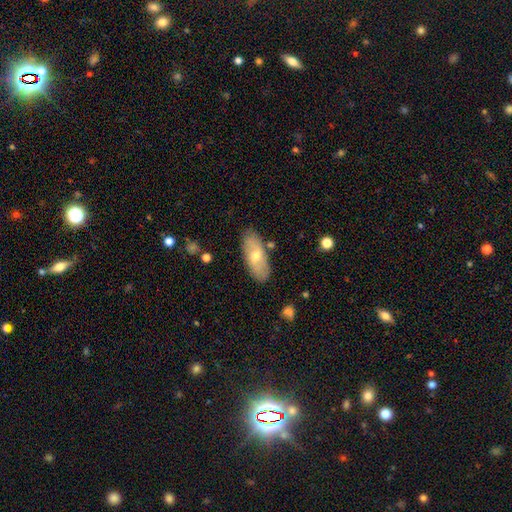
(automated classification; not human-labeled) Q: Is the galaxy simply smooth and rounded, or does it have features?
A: smooth — 56%.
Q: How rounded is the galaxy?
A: in between — 82%.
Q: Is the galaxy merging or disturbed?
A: none — 83%.